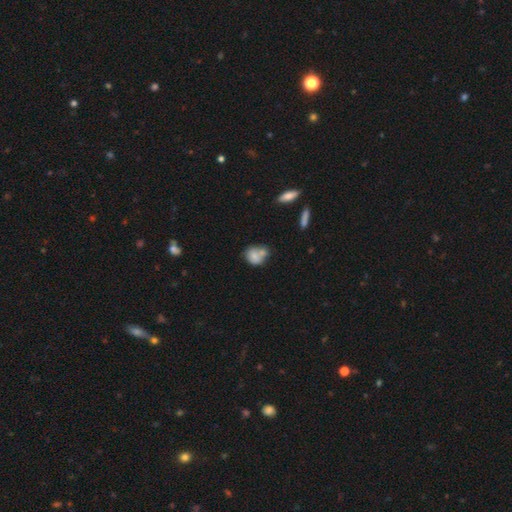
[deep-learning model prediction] The model was most divided on "merging": merger: 44%, none: 35%, minor disturbance: 16%, major disturbance: 5%. More confident: smooth or featured — smooth (73%); how rounded — round (59%).